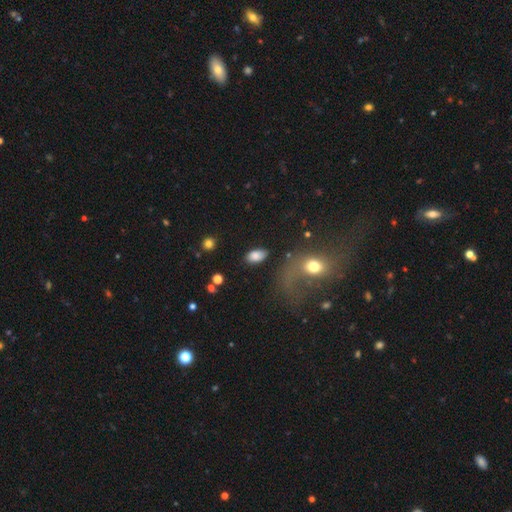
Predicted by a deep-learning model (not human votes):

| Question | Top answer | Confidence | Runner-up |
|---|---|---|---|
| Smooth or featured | smooth | 83% | star or artifact (9%) |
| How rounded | in between | 92% | round (6%) |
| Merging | none | 80% | minor disturbance (11%) |